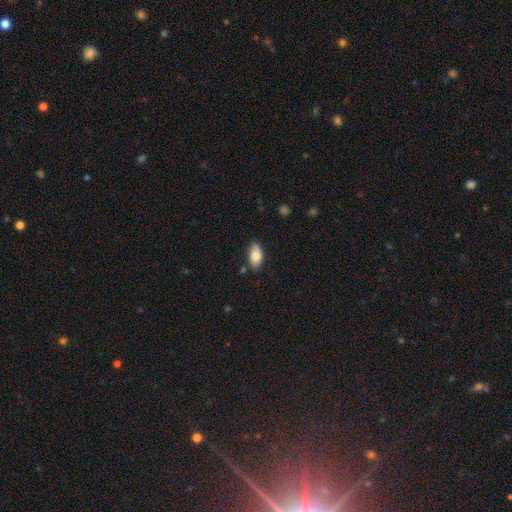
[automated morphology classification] This appears to be a smooth galaxy with no disk features (84%) that is in between round and cigar-shaped (92%). Merging: none (80%).